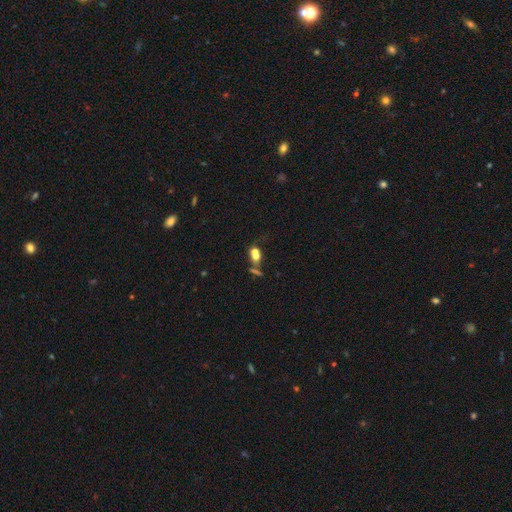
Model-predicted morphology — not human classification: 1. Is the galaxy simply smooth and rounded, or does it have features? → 58% smooth, 23% featured or disk, 19% star or artifact.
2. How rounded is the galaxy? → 56% in between, 34% round, 9% cigar-shaped.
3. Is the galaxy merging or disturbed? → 47% merger, 31% none, 11% major disturbance, 11% minor disturbance.